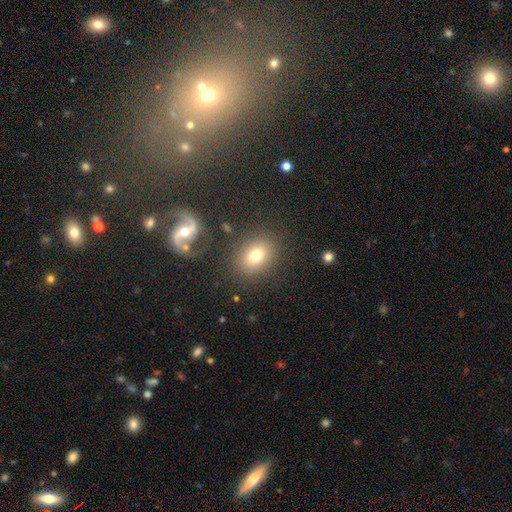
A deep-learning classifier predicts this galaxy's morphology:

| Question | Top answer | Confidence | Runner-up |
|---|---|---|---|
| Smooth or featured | smooth | 75% | featured or disk (13%) |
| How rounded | in between | 52% | round (47%) |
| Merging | none | 81% | minor disturbance (10%) |